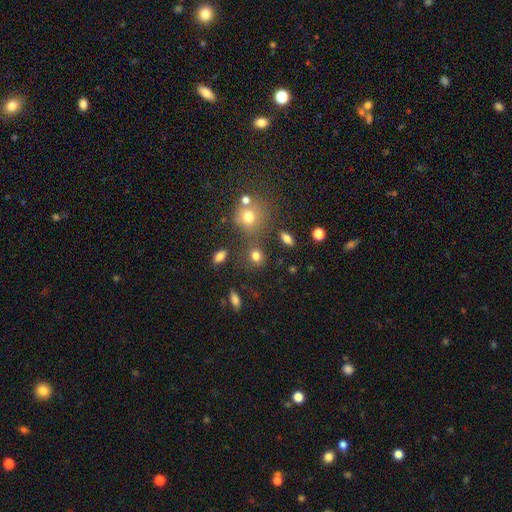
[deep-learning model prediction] The model was most divided on "how rounded": round: 72%, in between: 27%, cigar-shaped: 2%. More confident: smooth or featured — smooth (75%); merging — none (68%).